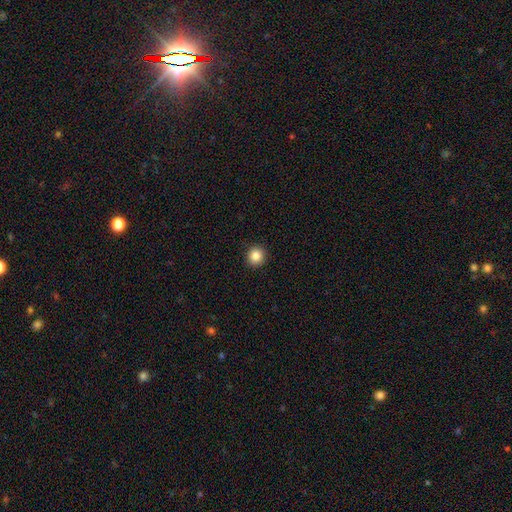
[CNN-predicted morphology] Smooth or featured?
  - smooth: 86% *
  - star or artifact: 10%
  - featured or disk: 4%
How rounded?
  - round: 93% *
  - in between: 6%
  - cigar-shaped: 1%
Merging?
  - none: 92% *
  - minor disturbance: 5%
  - major disturbance: 2%
  - merger: 1%